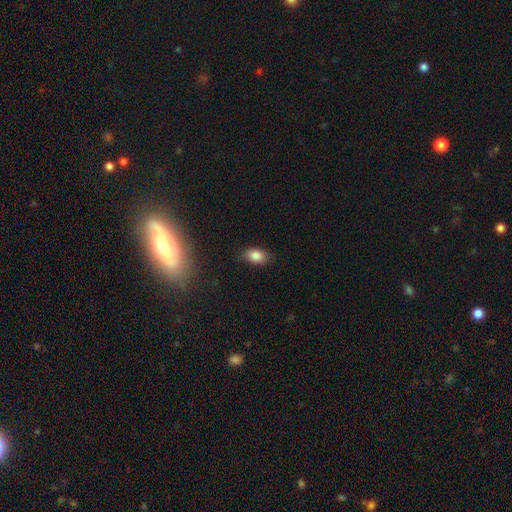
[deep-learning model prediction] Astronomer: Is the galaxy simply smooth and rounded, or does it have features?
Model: smooth — 84%.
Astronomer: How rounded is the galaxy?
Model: in between — 85%.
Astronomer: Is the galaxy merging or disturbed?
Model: none — 79%.